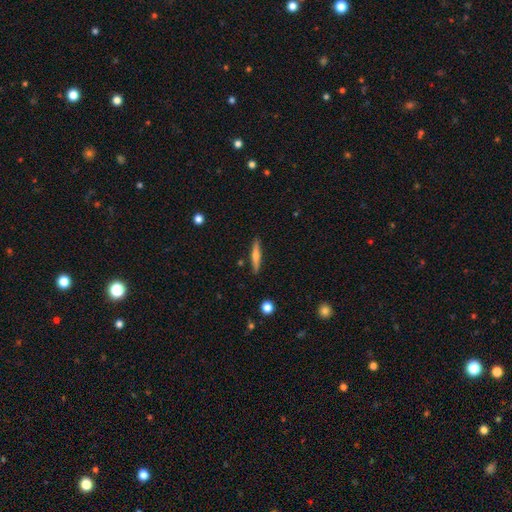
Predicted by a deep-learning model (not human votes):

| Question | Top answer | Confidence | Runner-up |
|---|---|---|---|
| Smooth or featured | smooth | 47% | featured or disk (46%) |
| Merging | none | 89% | minor disturbance (8%) |